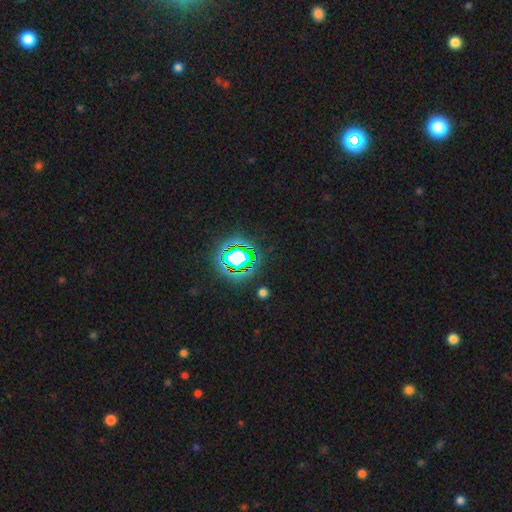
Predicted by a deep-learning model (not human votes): A star or artifact, not a galaxy (82%).

Vote fractions:
- Smooth or featured? star or artifact: 82% / smooth: 11% / featured or disk: 7%